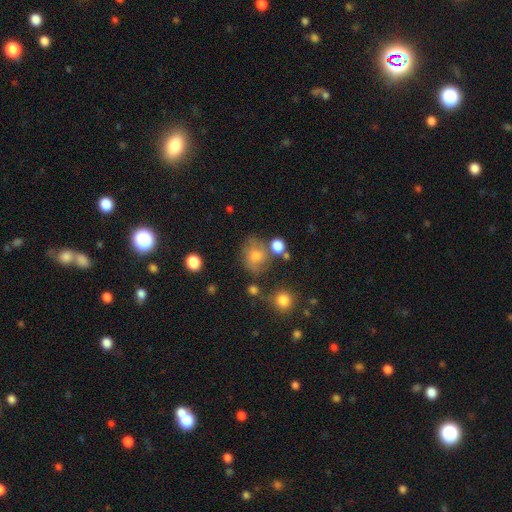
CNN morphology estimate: type=smooth (58%); roundness=round (61%); merging=none (56%).